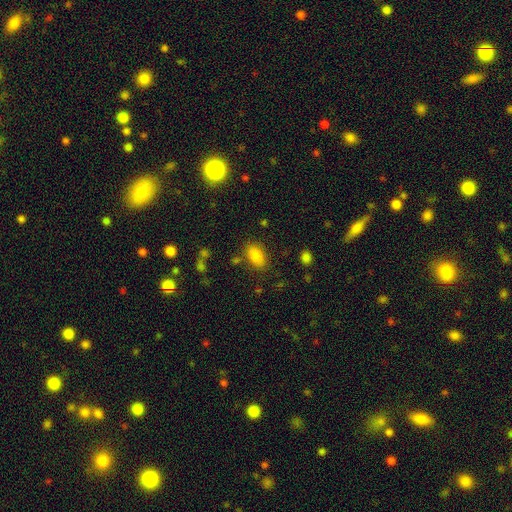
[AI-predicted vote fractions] Smooth or featured? Predicted: smooth (p=0.85). How rounded? Predicted: in between (p=0.90). Merging? Predicted: none (p=0.81).